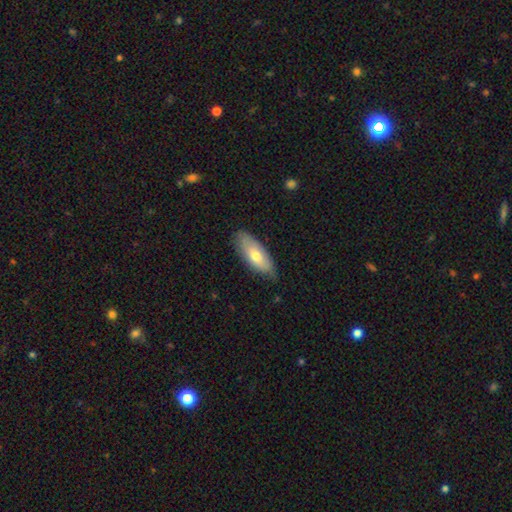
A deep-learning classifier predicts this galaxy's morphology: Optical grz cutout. It shows a smooth galaxy with no disk features (67%) that is in between round and cigar-shaped (78%). Merging: none (77%).